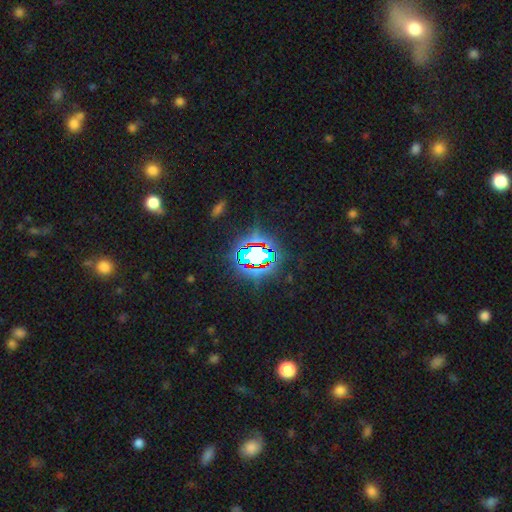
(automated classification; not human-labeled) A star or artifact, not a galaxy (74%).

Vote fractions:
- Smooth or featured? star or artifact: 74% / smooth: 15% / featured or disk: 11%